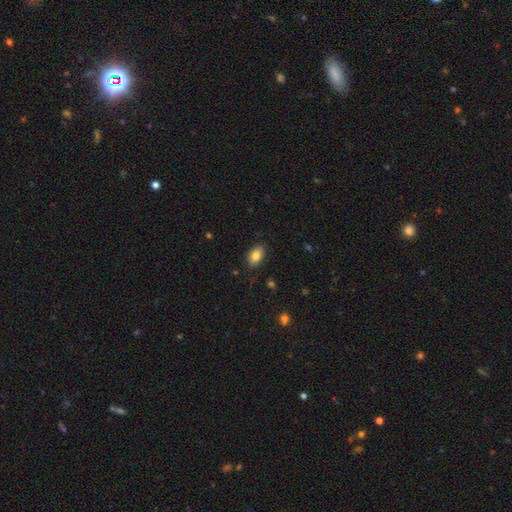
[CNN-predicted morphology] A smooth galaxy with no disk features (83%) that is in between round and cigar-shaped (90%). Merging: none (86%).